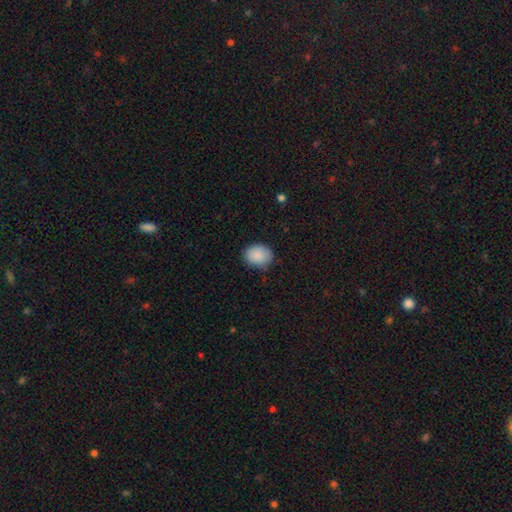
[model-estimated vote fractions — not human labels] This is clearly a smooth galaxy (88%). How rounded: possibly round (52%). Merging: likely none (80%).